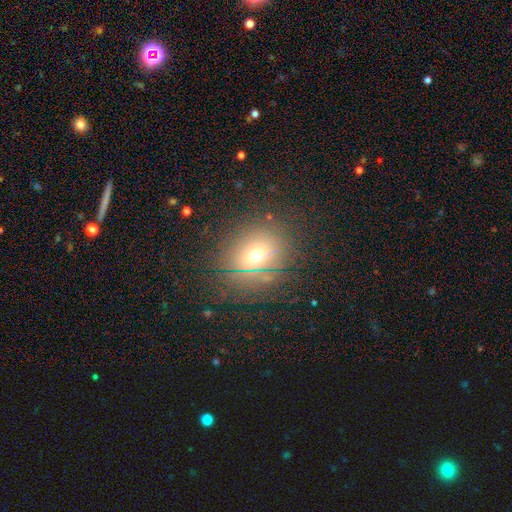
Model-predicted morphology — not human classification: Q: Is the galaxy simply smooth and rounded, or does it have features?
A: smooth — 61%.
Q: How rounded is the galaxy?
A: round — 70%.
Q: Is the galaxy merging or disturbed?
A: none — 81%.